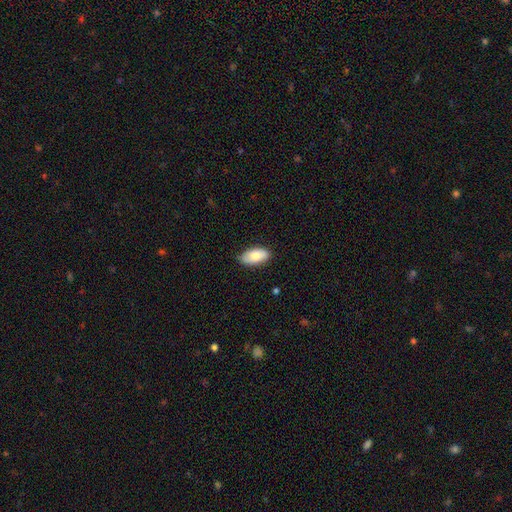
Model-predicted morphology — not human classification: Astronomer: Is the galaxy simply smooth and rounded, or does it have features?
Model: smooth — 80%.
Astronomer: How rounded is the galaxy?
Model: in between — 94%.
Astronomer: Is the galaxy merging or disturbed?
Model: none — 81%.